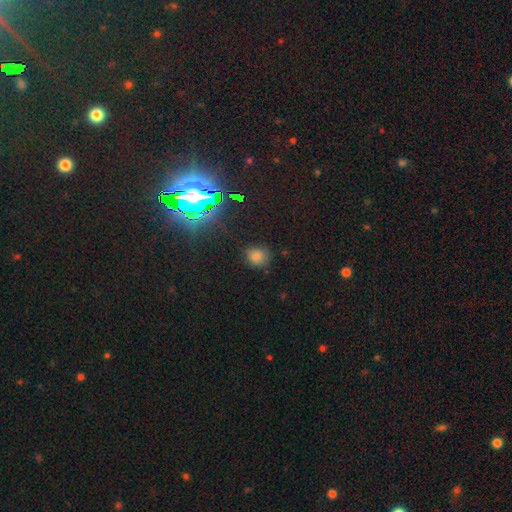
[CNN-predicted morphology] smooth 71%, star or artifact 22%, featured or disk 7%. Down the decision tree: how rounded — round (70%); merging — none (78%).